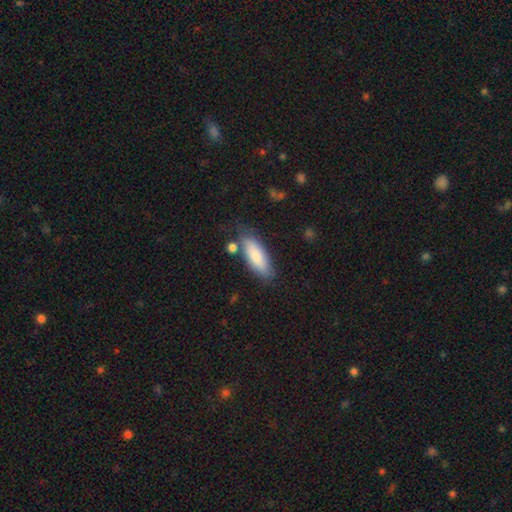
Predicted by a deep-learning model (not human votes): A smooth galaxy with no disk features (78%) that is in between round and cigar-shaped (65%). Merging: none (70%).